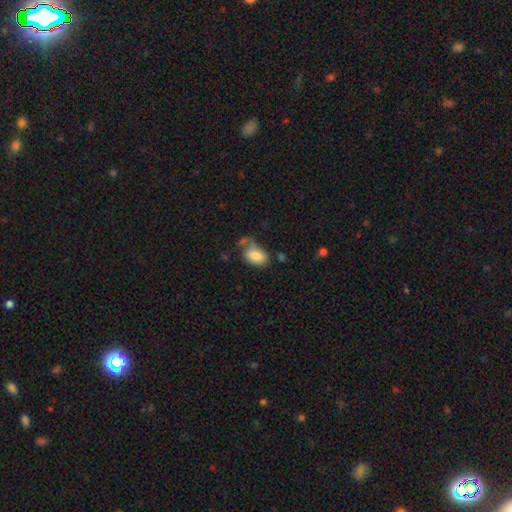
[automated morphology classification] Smooth or featured? Predicted: smooth (p=0.80). How rounded? Predicted: in between (p=0.90). Merging? Predicted: none (p=0.45).